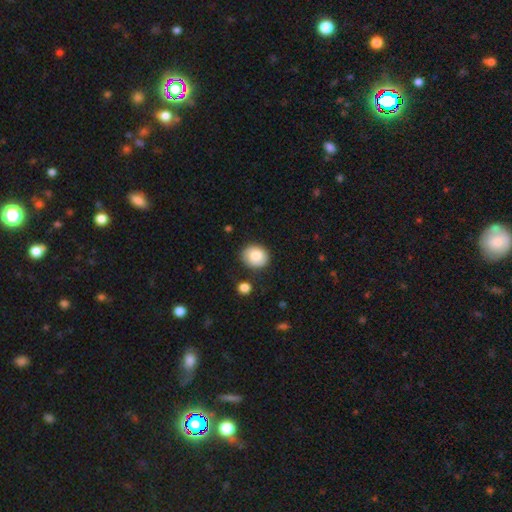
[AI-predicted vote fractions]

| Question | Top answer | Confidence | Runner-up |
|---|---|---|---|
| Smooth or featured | smooth | 81% | featured or disk (12%) |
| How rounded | round | 67% | in between (32%) |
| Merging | none | 82% | minor disturbance (13%) |